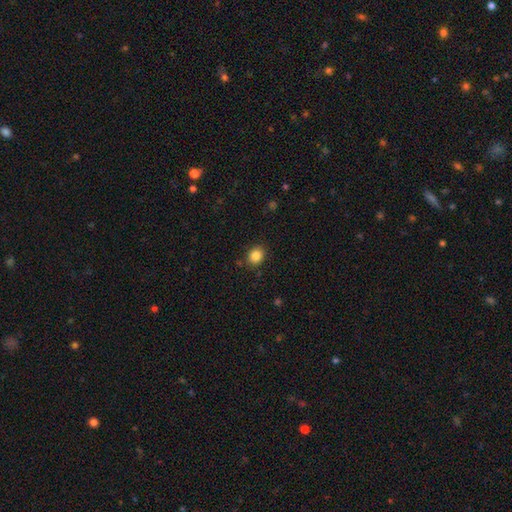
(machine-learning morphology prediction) Overall: smooth (85%). How rounded: round (67%; in between 32%). Merging: none (86%).